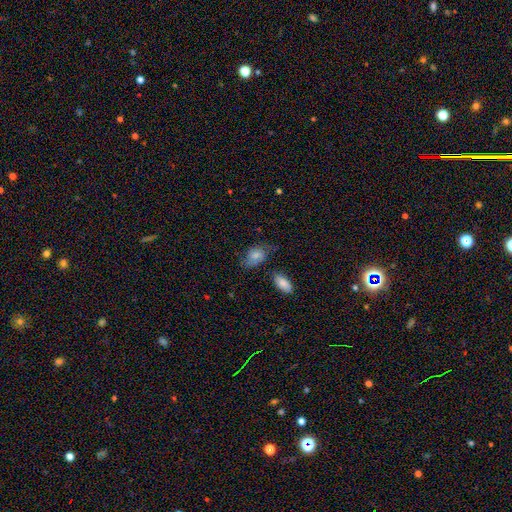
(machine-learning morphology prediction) Overall: smooth (67%). How rounded: in between (79%). Merging: none (51%; minor disturbance 30%).